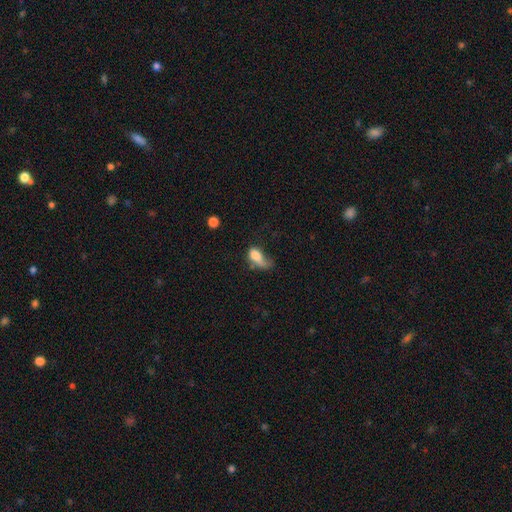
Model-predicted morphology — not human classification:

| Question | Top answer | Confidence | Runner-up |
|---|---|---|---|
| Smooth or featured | smooth | 67% | featured or disk (23%) |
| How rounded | in between | 83% | round (9%) |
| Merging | major disturbance | 47% | minor disturbance (22%) |